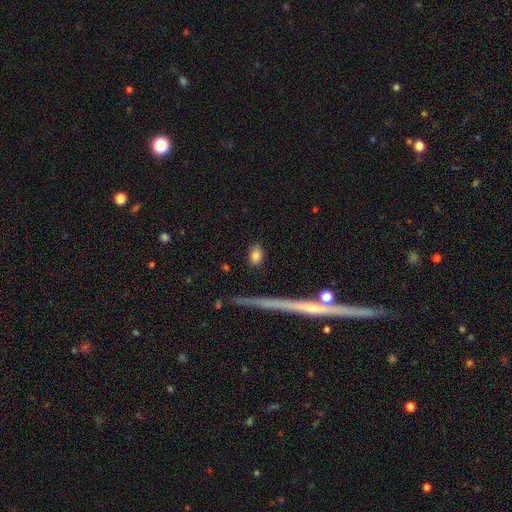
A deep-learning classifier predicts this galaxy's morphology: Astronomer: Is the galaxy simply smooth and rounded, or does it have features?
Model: smooth — 84%.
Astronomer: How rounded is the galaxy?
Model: in between — 80%.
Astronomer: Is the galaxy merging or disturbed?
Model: none — 87%.